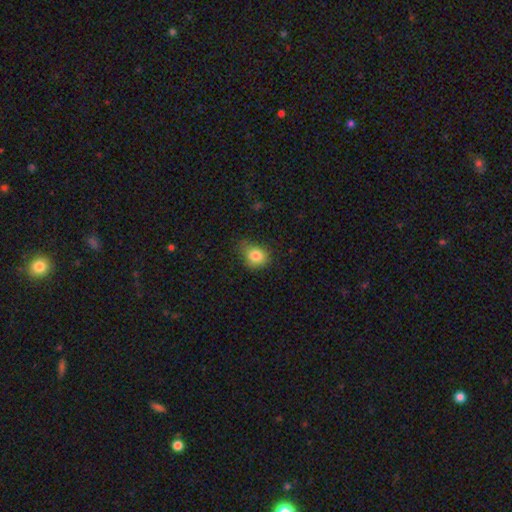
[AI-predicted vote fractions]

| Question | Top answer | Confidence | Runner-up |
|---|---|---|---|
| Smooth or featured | smooth | 83% | star or artifact (10%) |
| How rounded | round | 52% | in between (47%) |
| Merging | none | 61% | minor disturbance (30%) |